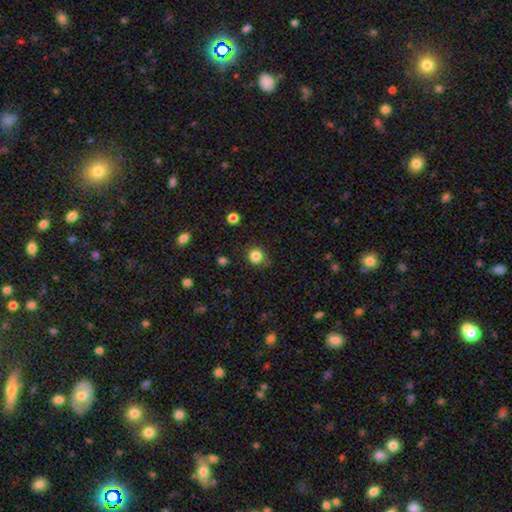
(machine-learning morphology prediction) Q: Smooth or featured?
A: smooth (84%); runner-up: star or artifact (11%)
Q: How rounded?
A: round (92%); runner-up: in between (7%)
Q: Merging?
A: none (87%); runner-up: minor disturbance (9%)